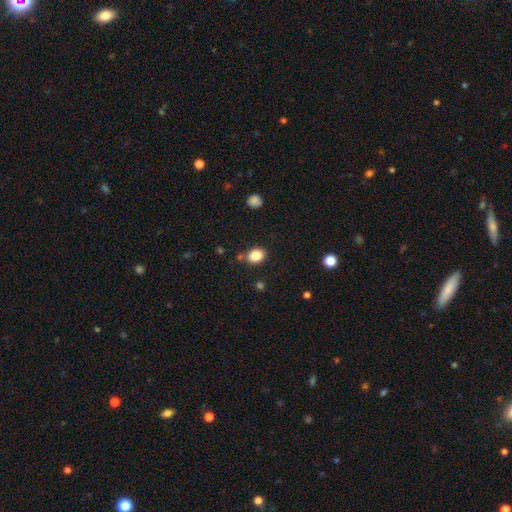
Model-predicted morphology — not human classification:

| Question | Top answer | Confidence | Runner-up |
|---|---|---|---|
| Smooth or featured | smooth | 85% | star or artifact (9%) |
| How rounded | in between | 66% | round (33%) |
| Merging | none | 82% | minor disturbance (11%) |